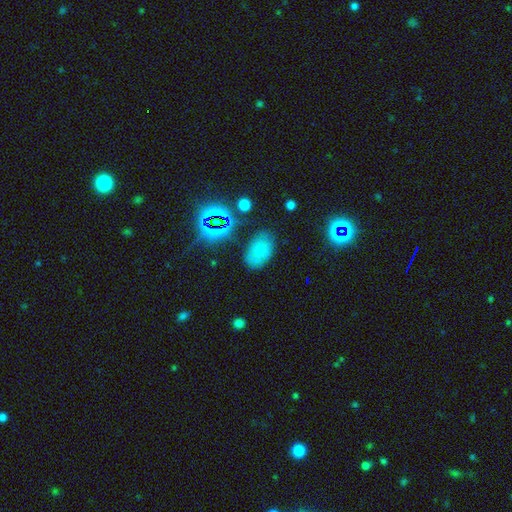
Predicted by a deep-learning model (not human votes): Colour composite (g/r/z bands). It shows a smooth galaxy with no disk features (56%) that is in between round and cigar-shaped (88%). Merging: none (74%).